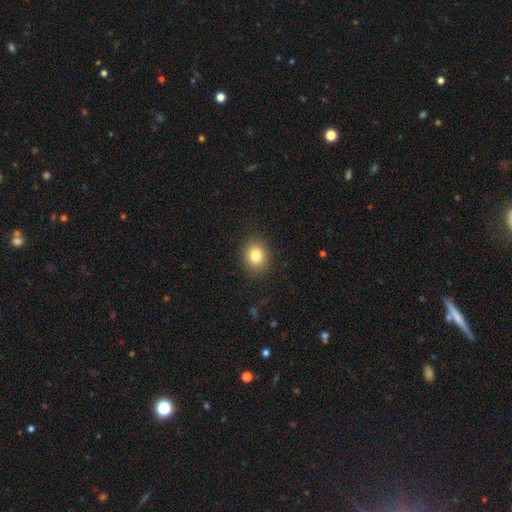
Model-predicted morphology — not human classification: Smooth or featured: smooth — 81% (star or artifact — 10%)
How rounded: round — 60% (in between — 39%)
Merging: none — 88% (minor disturbance — 8%)